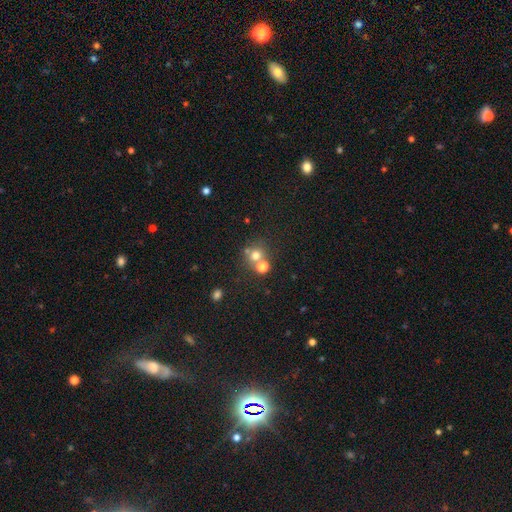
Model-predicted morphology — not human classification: Smooth or featured? smooth (68%)
How rounded? round (85%)
Merging? none (53%)